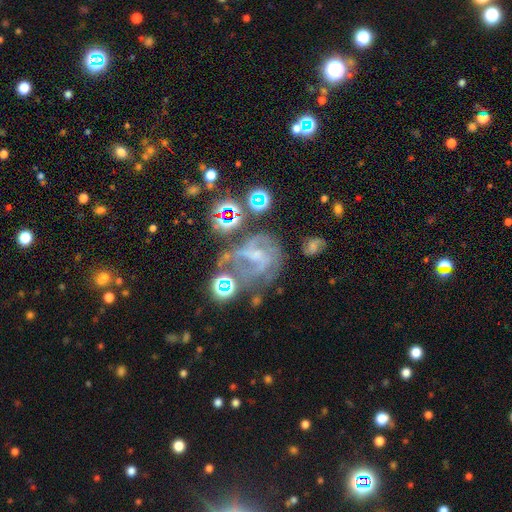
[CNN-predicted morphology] featured or disk 66%, star or artifact 20%, smooth 14%. Down the decision tree: edge-on disk — no (97%); bar — weak (42%); spiral arms — yes (77%); bulge size — small (45%); merging — none (41%).